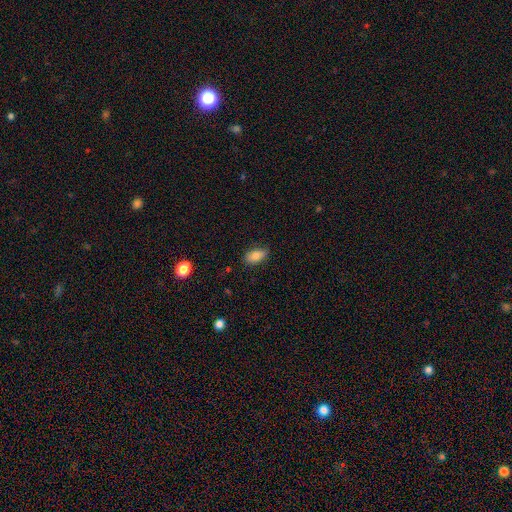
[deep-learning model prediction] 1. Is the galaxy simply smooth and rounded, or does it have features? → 81% smooth, 11% featured or disk, 8% star or artifact.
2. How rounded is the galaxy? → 89% in between, 7% cigar-shaped, 4% round.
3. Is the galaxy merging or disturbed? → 79% none, 17% minor disturbance, 3% major disturbance, 1% merger.